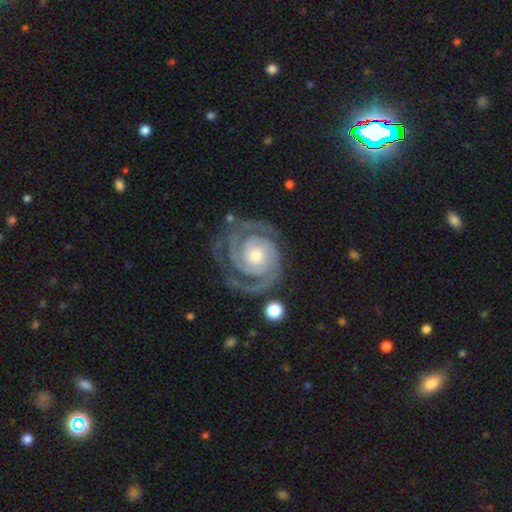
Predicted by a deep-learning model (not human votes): A featured or disk galaxy (92%) with no bar (70%), 2 (62%) tight (75%) spiral arms (98%) and a moderate central bulge (47%).

Vote fractions:
- Smooth or featured? featured or disk: 92% / smooth: 4% / star or artifact: 4%
- Edge-on disk? no: 98% / yes: 2%
- Bar? no: 70% / weak: 21% / strong: 9%
- Spiral arms? yes: 98% / no: 2%
- Spiral winding? tight: 75% / medium: 22% / loose: 3%
- Spiral arm count? 2: 62% / 3: 21% / can't tell: 7% / 4: 4% / 1: 4% / more than 4: 3%
- Bulge size? moderate: 47% / small: 46% / large: 4% / none: 2% / dominant: 1%
- Merging? none: 74% / minor disturbance: 16% / major disturbance: 8% / merger: 2%